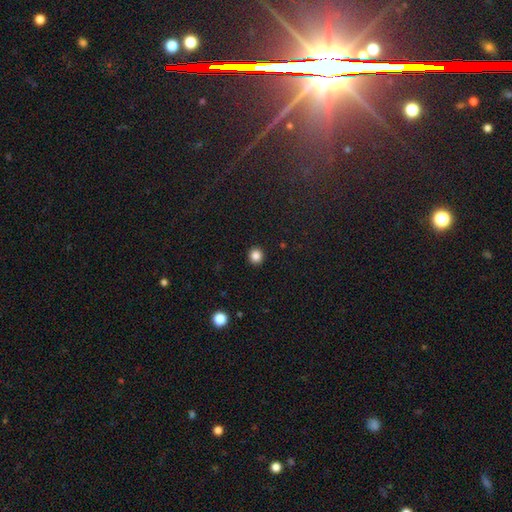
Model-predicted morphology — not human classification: Smooth or featured? Predicted: smooth (p=0.85). How rounded? Predicted: round (p=0.91). Merging? Predicted: none (p=0.93).